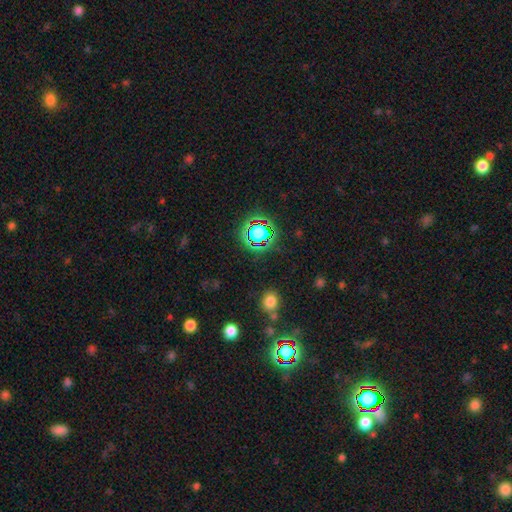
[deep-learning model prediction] A star or artifact, not a galaxy (74%).

Vote fractions:
- Smooth or featured? star or artifact: 74% / smooth: 17% / featured or disk: 9%